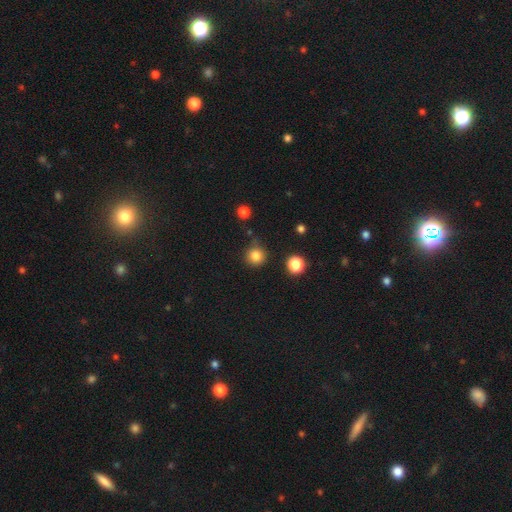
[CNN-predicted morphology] Smooth or featured: smooth — 83% (star or artifact — 12%)
How rounded: round — 94% (in between — 6%)
Merging: none — 82% (minor disturbance — 11%)